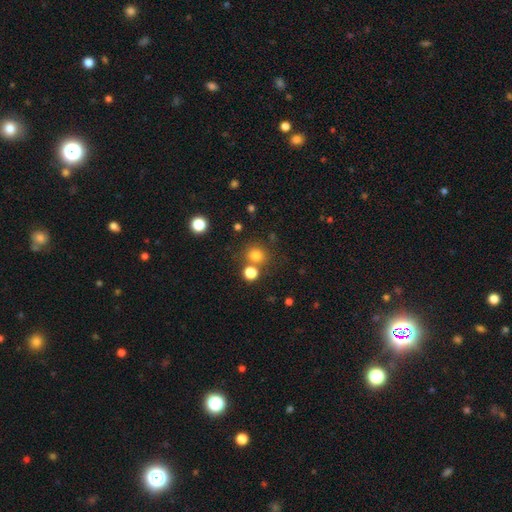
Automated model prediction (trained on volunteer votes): Morphology: type=smooth (78%); roundness=round (87%); merging=none (72%).